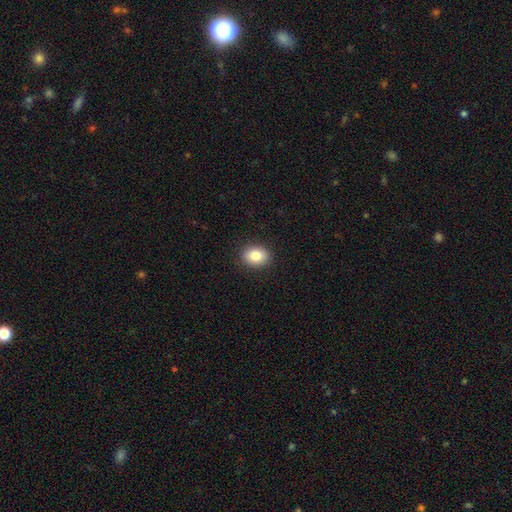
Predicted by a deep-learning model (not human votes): smooth 85%, star or artifact 8%, featured or disk 7%. Down the decision tree: how rounded — in between (63%); merging — none (90%).